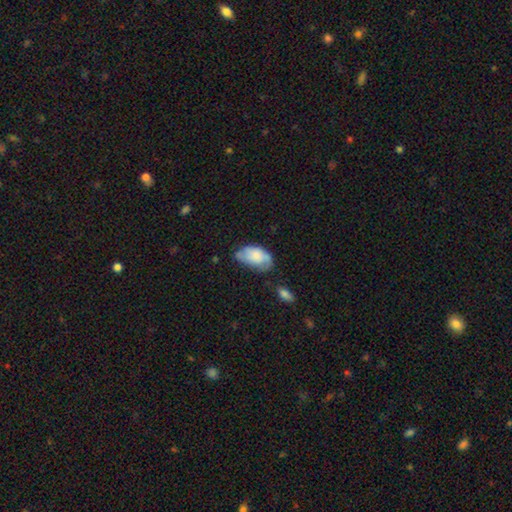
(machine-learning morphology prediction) The model was most divided on "merging": none: 45%, minor disturbance: 37%, major disturbance: 12%, merger: 6%. More confident: how rounded — in between (94%); smooth or featured — smooth (67%).